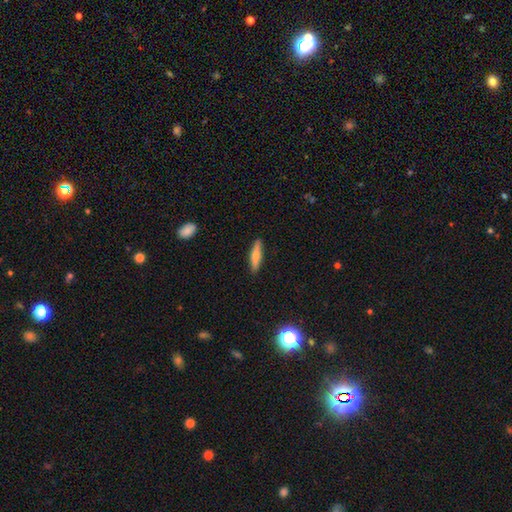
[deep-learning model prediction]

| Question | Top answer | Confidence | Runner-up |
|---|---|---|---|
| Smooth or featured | smooth | 56% | featured or disk (37%) |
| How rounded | cigar-shaped | 80% | in between (18%) |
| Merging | none | 89% | minor disturbance (8%) |